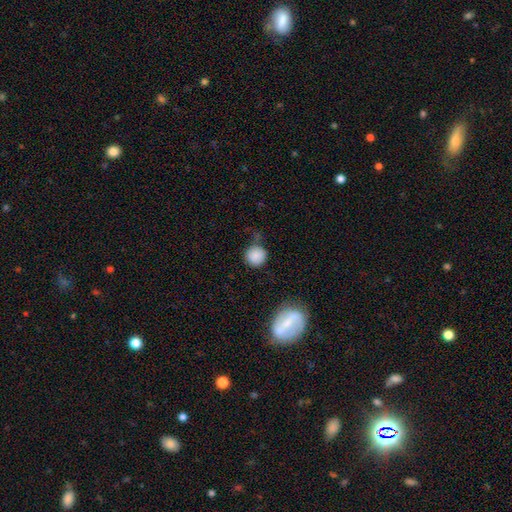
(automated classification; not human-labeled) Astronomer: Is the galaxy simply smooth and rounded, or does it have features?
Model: smooth — 85%.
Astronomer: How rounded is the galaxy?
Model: round — 92%.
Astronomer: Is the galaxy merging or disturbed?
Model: none — 64%.